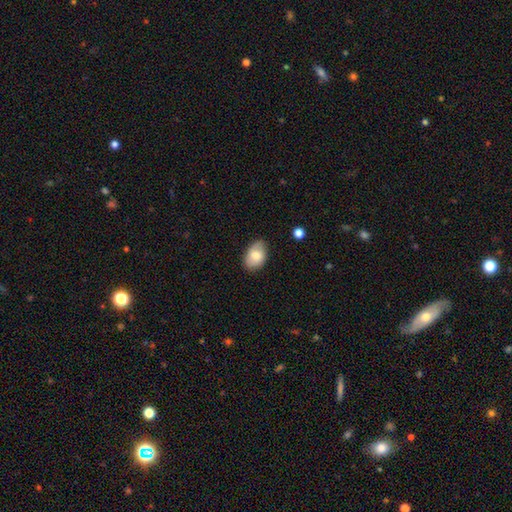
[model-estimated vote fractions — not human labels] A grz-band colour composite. It shows a smooth galaxy with no disk features (79%) that is in between round and cigar-shaped (87%). Merging: none (79%).